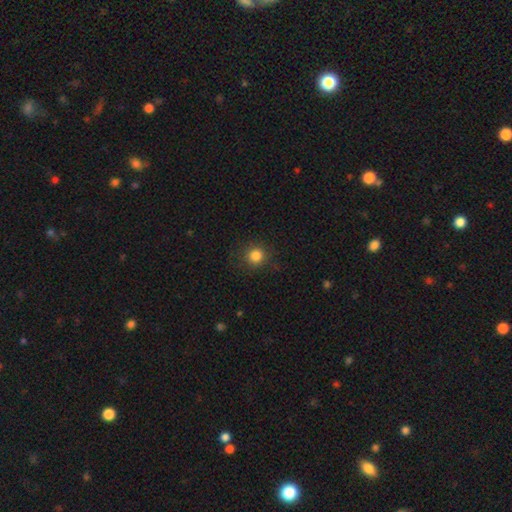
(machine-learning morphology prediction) smooth-or-featured: smooth: 84% | star or artifact: 12% | featured or disk: 5%
  how-rounded: round: 92% | in between: 7% | cigar-shaped: 1%
  merging: none: 88% | minor disturbance: 8% | major disturbance: 3% | merger: 1%